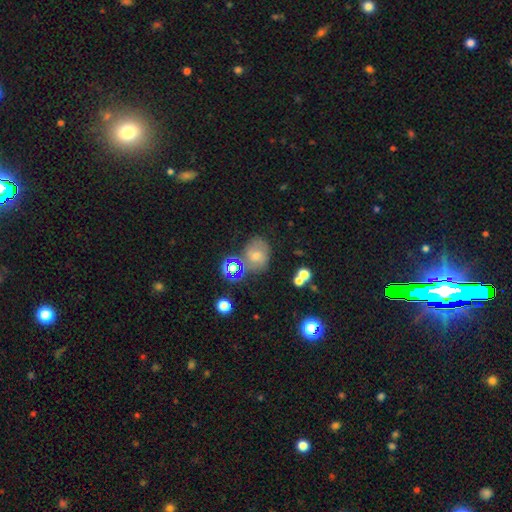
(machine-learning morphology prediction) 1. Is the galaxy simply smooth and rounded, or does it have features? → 46% smooth, 33% featured or disk, 21% star or artifact.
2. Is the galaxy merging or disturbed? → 48% none, 24% minor disturbance, 14% major disturbance, 14% merger.